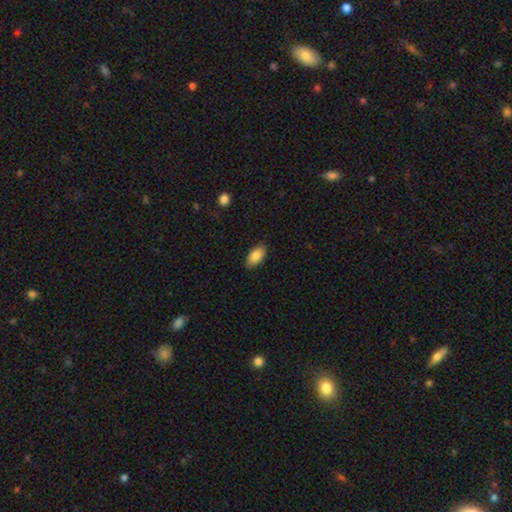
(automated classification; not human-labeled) The model was most divided on "merging": none: 85%, minor disturbance: 12%, major disturbance: 2%, merger: 1%. More confident: how rounded — in between (94%); smooth or featured — smooth (86%).